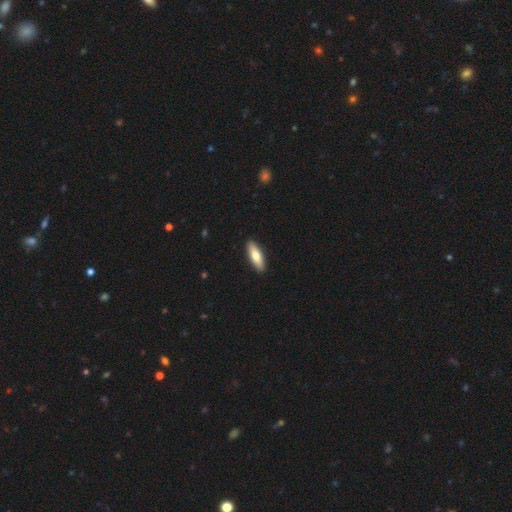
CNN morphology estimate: Q: Smooth or featured?
A: smooth (73%); runner-up: featured or disk (22%)
Q: How rounded?
A: cigar-shaped (51%); runner-up: in between (47%)
Q: Merging?
A: none (91%); runner-up: minor disturbance (6%)